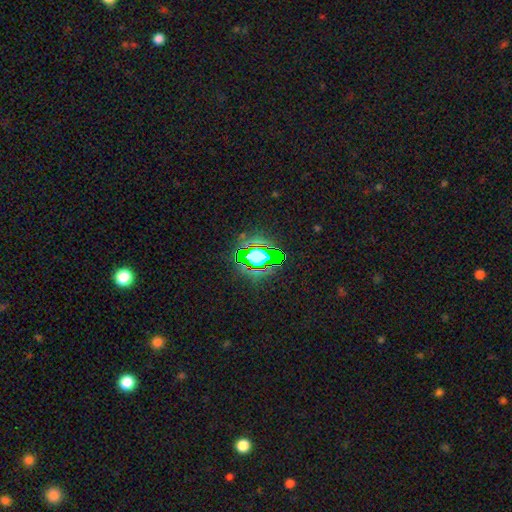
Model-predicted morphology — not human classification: smooth_or_featured: star or artifact (p=0.59) [alt: smooth p=0.27]